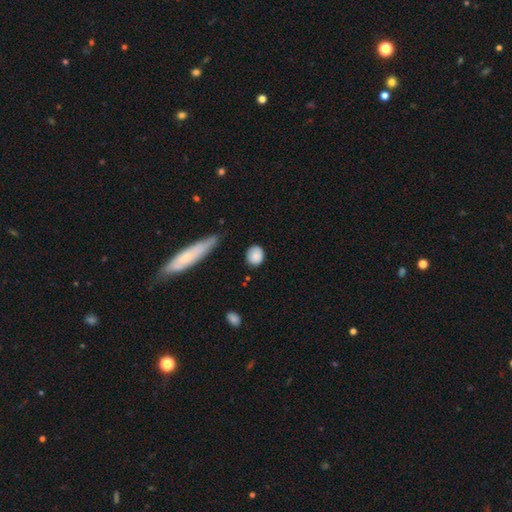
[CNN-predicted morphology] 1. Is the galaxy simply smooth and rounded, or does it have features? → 85% smooth, 8% featured or disk, 8% star or artifact.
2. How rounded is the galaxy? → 74% round, 24% in between, 2% cigar-shaped.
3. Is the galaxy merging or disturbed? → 80% none, 15% minor disturbance, 3% major disturbance, 2% merger.